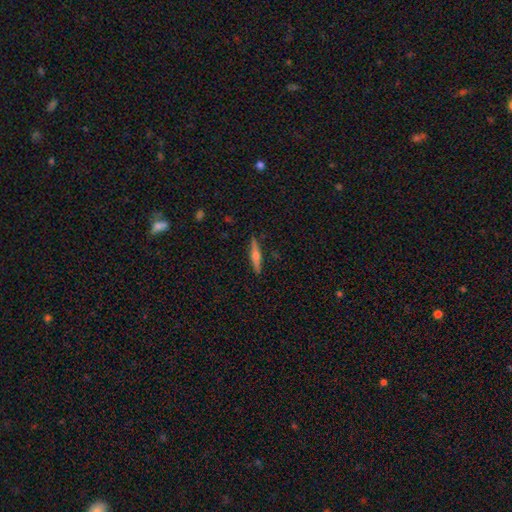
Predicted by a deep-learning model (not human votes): Overall: featured or disk (59%; smooth 35%). Edge-on disk: yes (97%). Edge-on bulge: rounded (86%). Merging: none (90%).